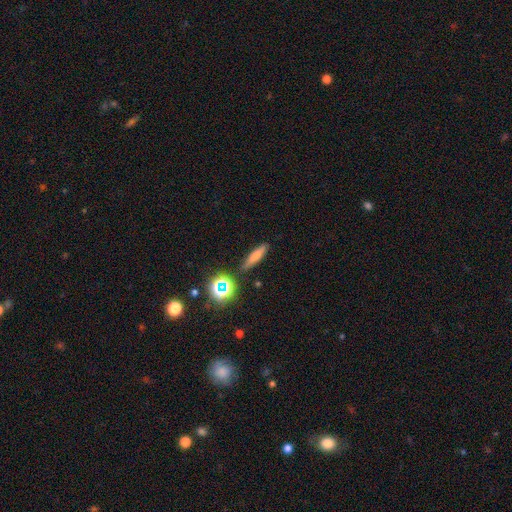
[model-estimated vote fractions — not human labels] smooth_or_featured: smooth (p=0.67) [alt: featured or disk p=0.19]
how_rounded: cigar-shaped (p=0.75) [alt: in between p=0.19]
merging: none (p=0.84) [alt: minor disturbance p=0.10]